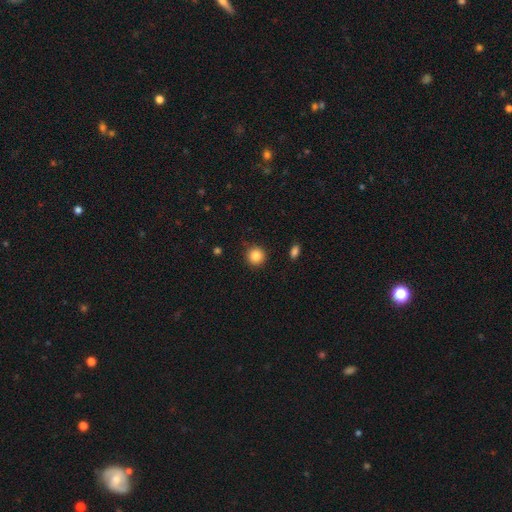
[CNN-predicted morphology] A smooth galaxy with no disk features (85%) that is round (93%). Merging: none (88%).